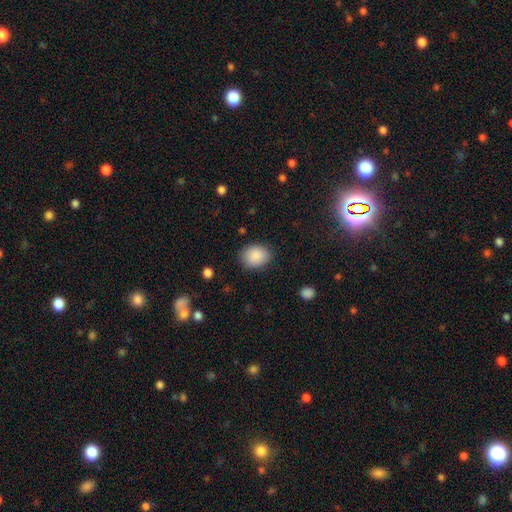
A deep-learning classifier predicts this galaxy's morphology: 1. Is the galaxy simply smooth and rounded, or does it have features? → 89% smooth, 7% star or artifact, 4% featured or disk.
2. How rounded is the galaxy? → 58% in between, 41% round, 1% cigar-shaped.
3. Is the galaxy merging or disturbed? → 83% none, 13% minor disturbance, 3% major disturbance, 1% merger.